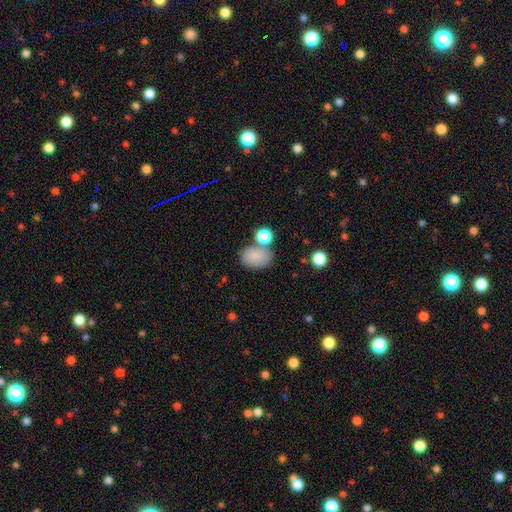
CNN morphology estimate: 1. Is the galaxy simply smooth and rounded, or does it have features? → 83% smooth, 9% star or artifact, 8% featured or disk.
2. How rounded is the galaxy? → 76% in between, 23% round, 1% cigar-shaped.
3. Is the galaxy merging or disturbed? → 62% none, 17% merger, 16% minor disturbance, 5% major disturbance.